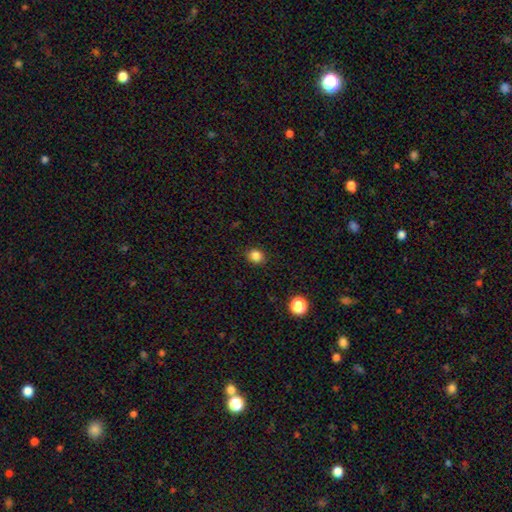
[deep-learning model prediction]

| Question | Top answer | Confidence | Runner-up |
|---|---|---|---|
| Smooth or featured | smooth | 84% | star or artifact (12%) |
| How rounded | round | 76% | in between (23%) |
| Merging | none | 90% | minor disturbance (7%) |